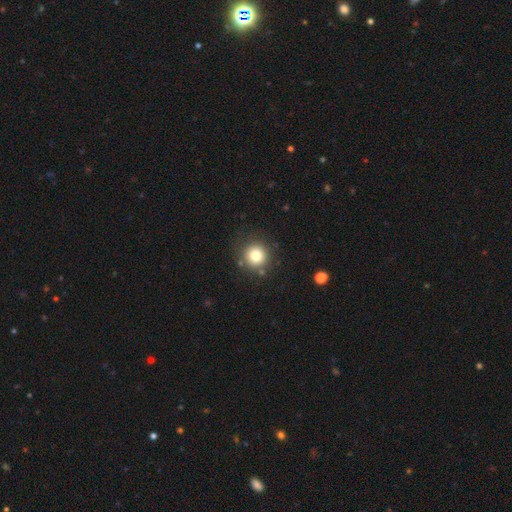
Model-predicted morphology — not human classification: type=smooth (78%); roundness=round (94%); merging=none (84%).